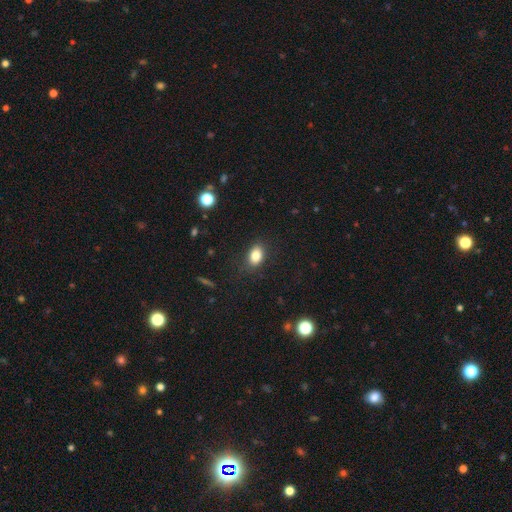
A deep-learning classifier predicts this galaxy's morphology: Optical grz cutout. It shows a smooth galaxy with no disk features (84%) that is in between round and cigar-shaped (81%). Merging: none (82%).